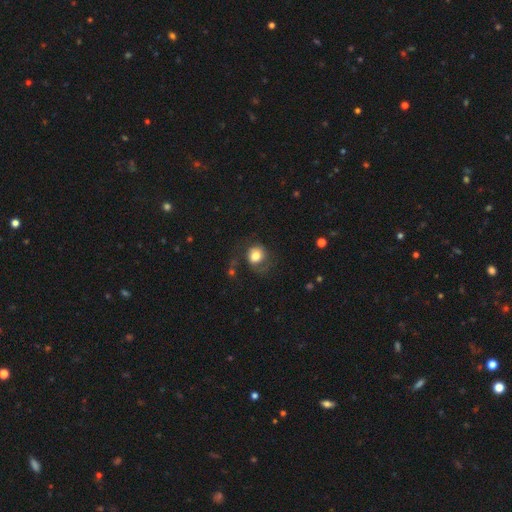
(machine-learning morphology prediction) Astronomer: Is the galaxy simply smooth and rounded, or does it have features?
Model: smooth — 72%.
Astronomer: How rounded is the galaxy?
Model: round — 69%.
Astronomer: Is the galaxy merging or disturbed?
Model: none — 50%.